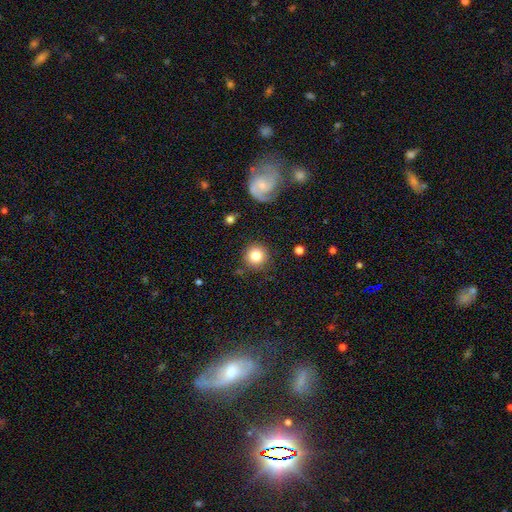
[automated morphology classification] The model was most divided on "smooth or featured": smooth: 80%, featured or disk: 10%, star or artifact: 10%. More confident: how rounded — round (94%); merging — none (86%).